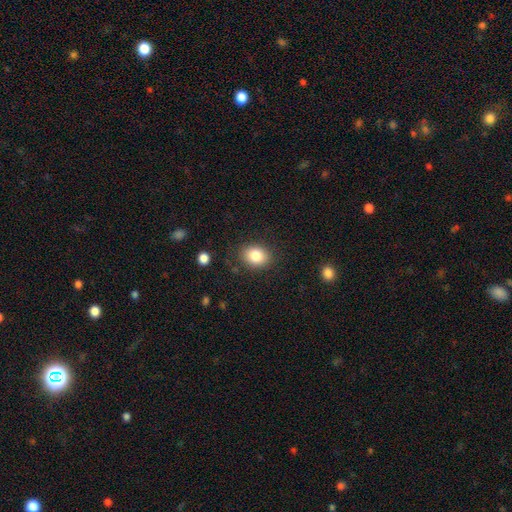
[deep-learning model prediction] smooth_or_featured: smooth (p=0.84) [alt: star or artifact p=0.09]
how_rounded: in between (p=0.54) [alt: round p=0.45]
merging: none (p=0.85) [alt: minor disturbance p=0.10]